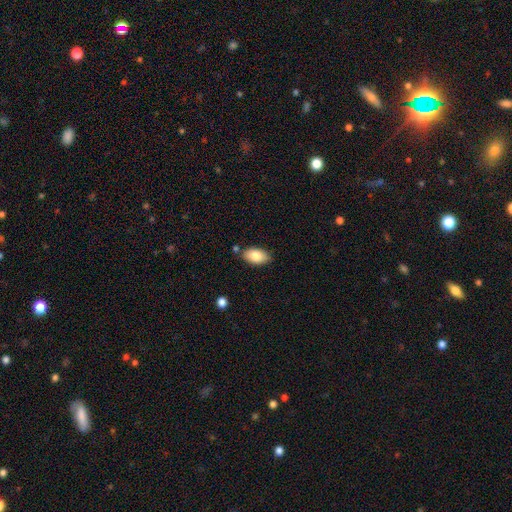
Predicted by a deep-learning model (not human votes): Smooth or featured? smooth (85%)
How rounded? in between (94%)
Merging? none (79%)